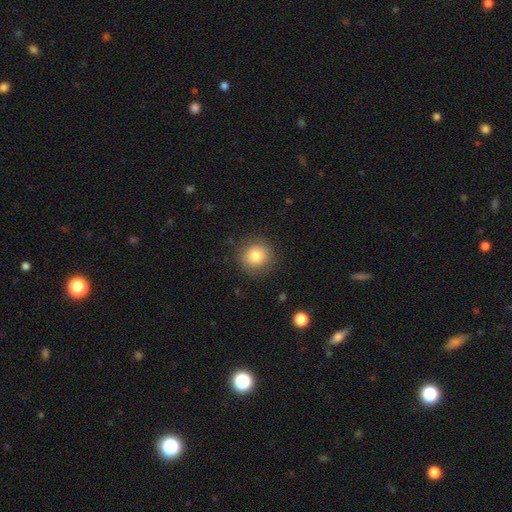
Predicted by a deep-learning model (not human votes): This is clearly a smooth galaxy (82%). How rounded: clearly round (93%). Merging: clearly none (87%).